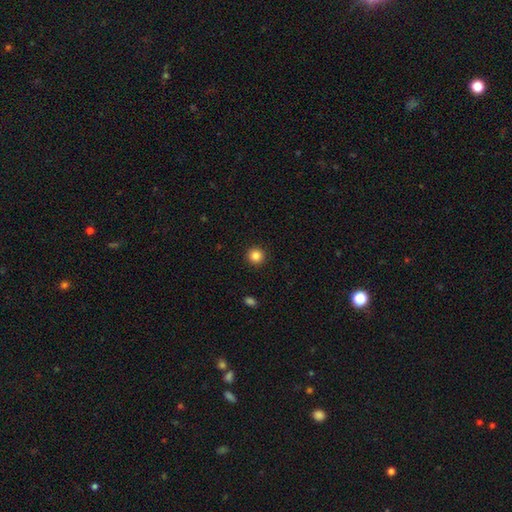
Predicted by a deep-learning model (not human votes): A smooth galaxy with no disk features (85%) that is round (95%).

Vote fractions:
- Smooth or featured? smooth: 85% / star or artifact: 11% / featured or disk: 4%
- How rounded? round: 95% / in between: 4% / cigar-shaped: 1%
- Merging? none: 93% / minor disturbance: 4% / major disturbance: 2% / merger: 1%